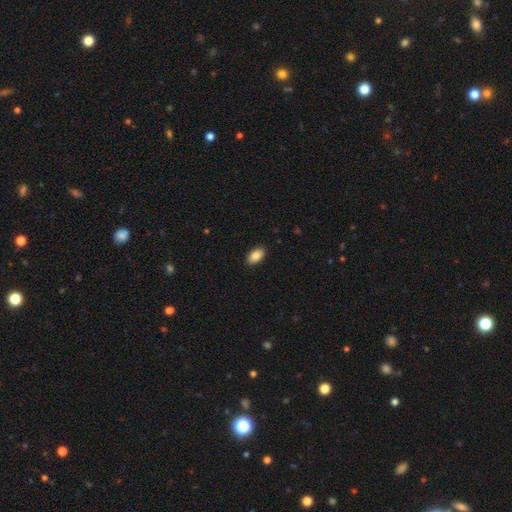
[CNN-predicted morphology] Smooth or featured: smooth — 87% (star or artifact — 7%)
How rounded: in between — 94% (round — 4%)
Merging: none — 90% (minor disturbance — 7%)